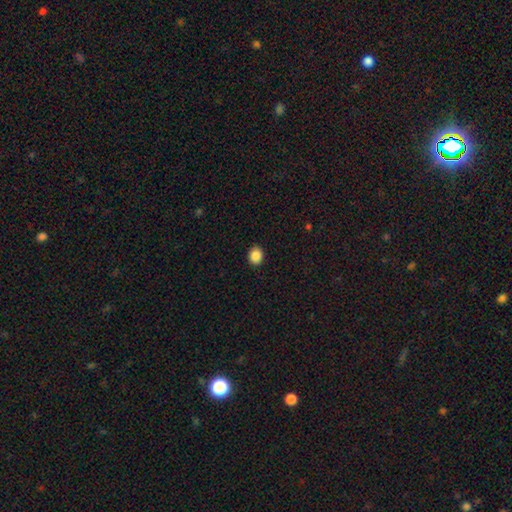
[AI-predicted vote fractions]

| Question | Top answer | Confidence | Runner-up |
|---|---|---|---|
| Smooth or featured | smooth | 88% | star or artifact (9%) |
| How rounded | round | 64% | in between (35%) |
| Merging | none | 91% | minor disturbance (6%) |